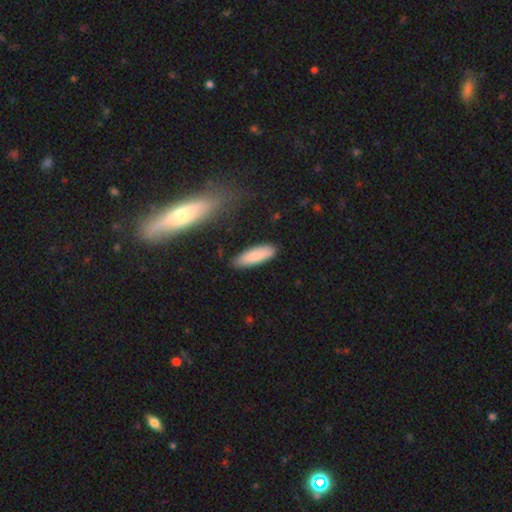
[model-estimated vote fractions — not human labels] smooth-or-featured: smooth: 83% | featured or disk: 11% | star or artifact: 6%
  how-rounded: in between: 51% | cigar-shaped: 47% | round: 2%
  merging: none: 85% | minor disturbance: 11% | major disturbance: 2% | merger: 2%